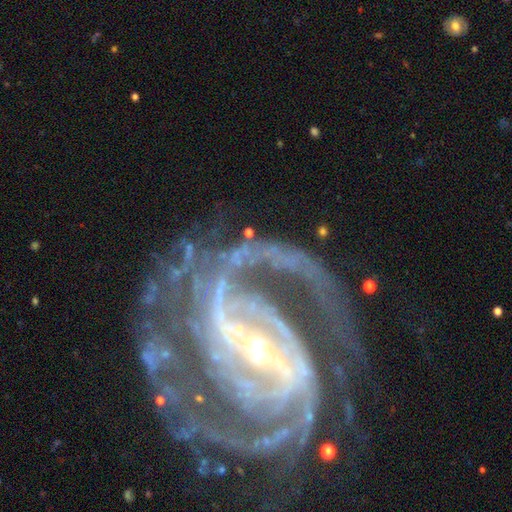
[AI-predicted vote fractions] This is clearly a featured or disk galaxy (92%). It is clearly not viewed edge-on (97%). Bar: possibly strong (57%). Spiral arm pattern: clearly yes (98%). Spiral arm count: possibly 2 (56%). Spiral winding: possibly medium (49%). Central bulge: likely small (65%). Merging: possibly none (58%).